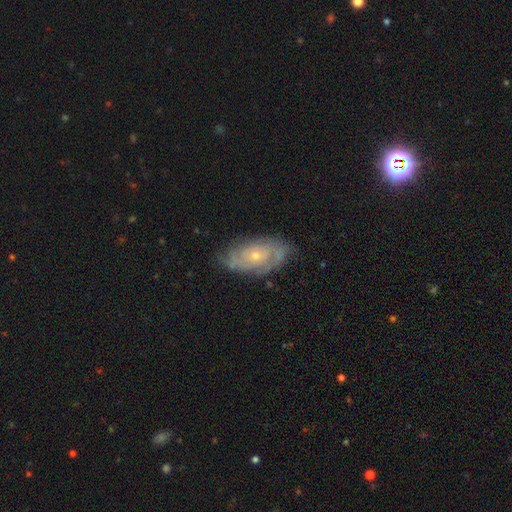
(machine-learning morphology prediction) smooth_or_featured: featured or disk (p=0.75) [alt: smooth p=0.19]
disk_edge_on: no (p=0.94) [alt: yes p=0.06]
bar: no (p=0.78) [alt: weak p=0.19]
has_spiral_arms: yes (p=0.88) [alt: no p=0.12]
spiral_winding: tight (p=0.61) [alt: medium p=0.30]
spiral_arm_count: can't tell (p=0.41) [alt: 2 p=0.35]
bulge_size: small (p=0.69) [alt: moderate p=0.27]
merging: none (p=0.73) [alt: minor disturbance p=0.20]